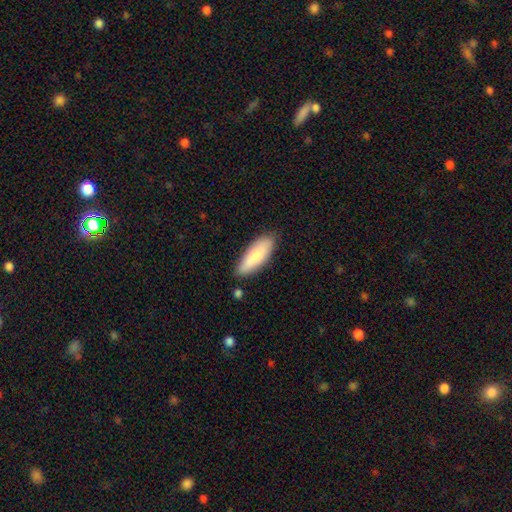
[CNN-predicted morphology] This is likely a smooth galaxy (78%). How rounded: likely in between (62%). Merging: likely none (80%).